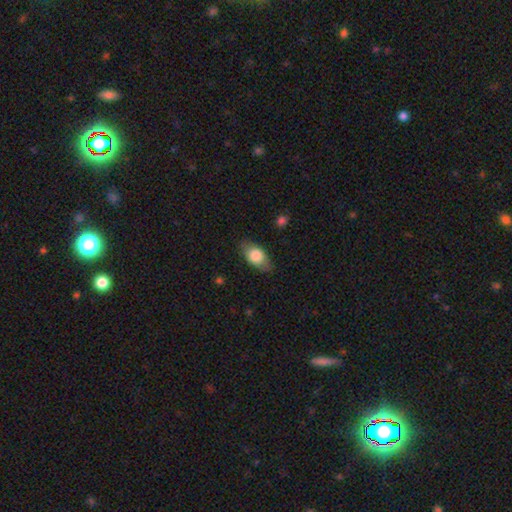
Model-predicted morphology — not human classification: Q: Smooth or featured?
A: smooth (77%); runner-up: featured or disk (17%)
Q: How rounded?
A: in between (88%); runner-up: round (7%)
Q: Merging?
A: none (79%); runner-up: minor disturbance (16%)